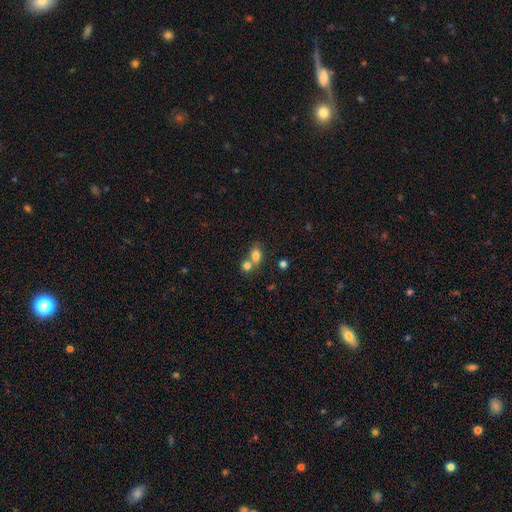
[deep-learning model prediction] The model was most divided on "merging": merger: 54%, none: 34%, minor disturbance: 8%, major disturbance: 4%. More confident: smooth or featured — smooth (78%); how rounded — in between (66%).